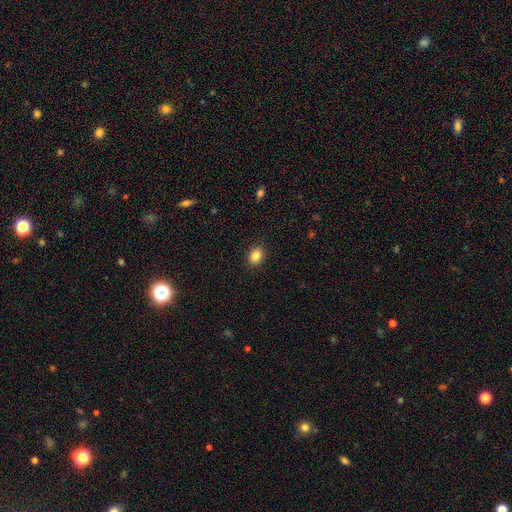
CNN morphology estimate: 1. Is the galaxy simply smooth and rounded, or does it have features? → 86% smooth, 9% star or artifact, 5% featured or disk.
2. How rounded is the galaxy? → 67% in between, 32% round, 1% cigar-shaped.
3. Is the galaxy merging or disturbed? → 90% none, 7% minor disturbance, 2% major disturbance, 1% merger.